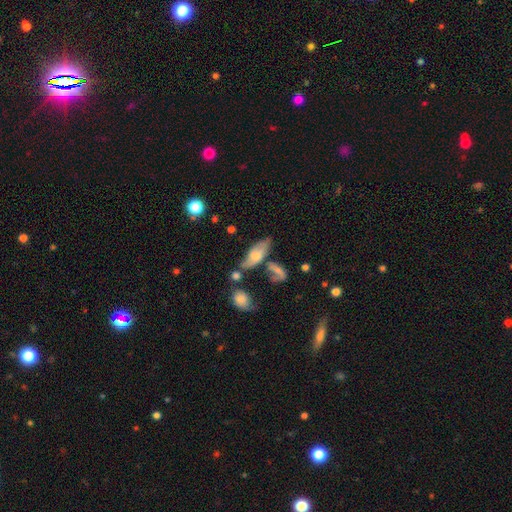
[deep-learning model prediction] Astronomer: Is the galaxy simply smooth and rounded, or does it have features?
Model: smooth — 56% (runner-up: featured or disk, 36%).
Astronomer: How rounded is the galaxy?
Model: in between — 77%.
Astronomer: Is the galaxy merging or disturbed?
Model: none — 41% (runner-up: minor disturbance, 24%).